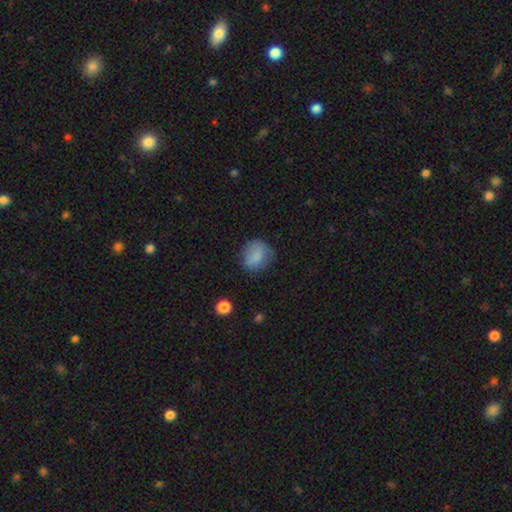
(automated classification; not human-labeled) Smooth or featured?
  - smooth: 79% *
  - featured or disk: 12%
  - star or artifact: 9%
How rounded?
  - round: 69% *
  - in between: 30%
  - cigar-shaped: 1%
Merging?
  - none: 65% *
  - minor disturbance: 24%
  - major disturbance: 9%
  - merger: 2%